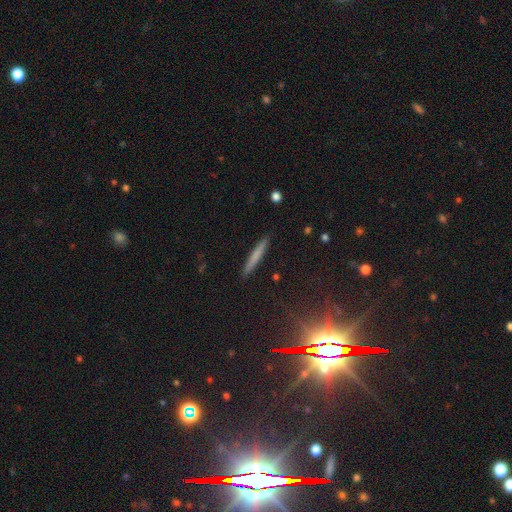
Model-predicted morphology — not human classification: Smooth or featured?
  - smooth: 67% *
  - featured or disk: 25%
  - star or artifact: 8%
How rounded?
  - cigar-shaped: 95% *
  - in between: 3%
  - round: 2%
Merging?
  - none: 90% *
  - minor disturbance: 7%
  - major disturbance: 1%
  - merger: 1%